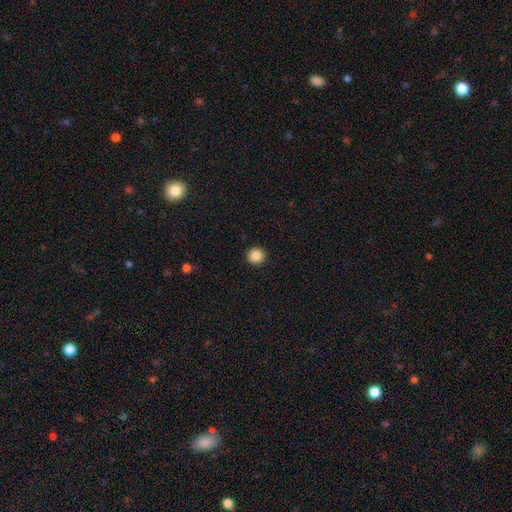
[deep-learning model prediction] Overall: smooth (87%). How rounded: round (93%). Merging: none (93%).